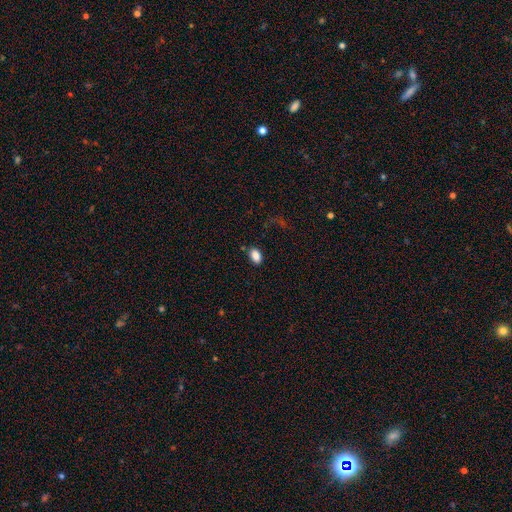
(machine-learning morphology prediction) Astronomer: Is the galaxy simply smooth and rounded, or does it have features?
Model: smooth — 87%.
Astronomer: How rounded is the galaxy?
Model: in between — 91%.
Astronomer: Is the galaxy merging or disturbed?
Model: none — 83%.